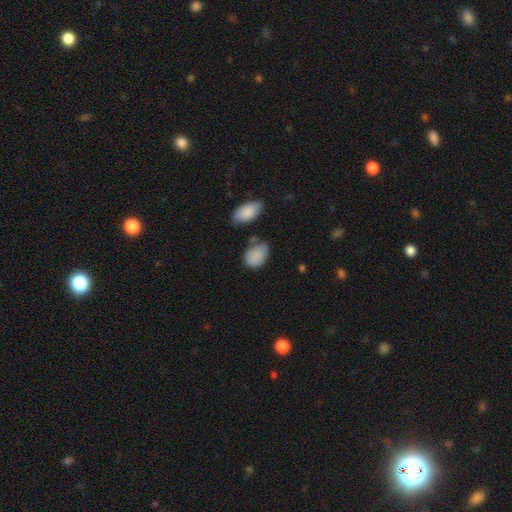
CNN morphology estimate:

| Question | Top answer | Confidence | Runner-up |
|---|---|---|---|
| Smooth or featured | smooth | 86% | star or artifact (7%) |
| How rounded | in between | 81% | round (18%) |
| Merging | none | 54% | minor disturbance (27%) |